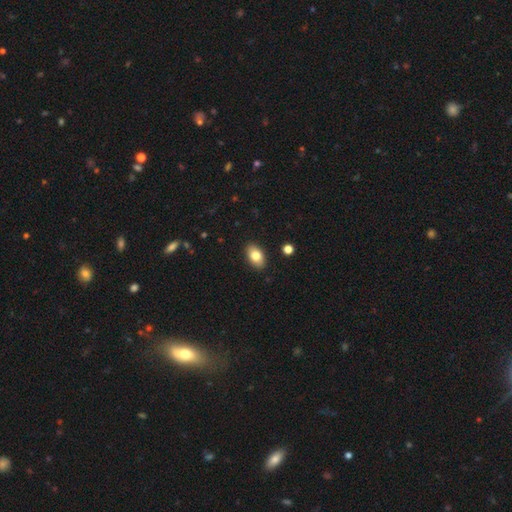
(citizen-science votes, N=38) Smooth or featured?
  - smooth: 87% *
  - featured or disk: 11%
  - star or artifact: 3%
How rounded?
  - in between: 91% *
  - round: 9%
  - cigar-shaped: 0%
Merging?
  - none: 100% *
  - minor disturbance: 0%
  - major disturbance: 0%
  - merger: 0%